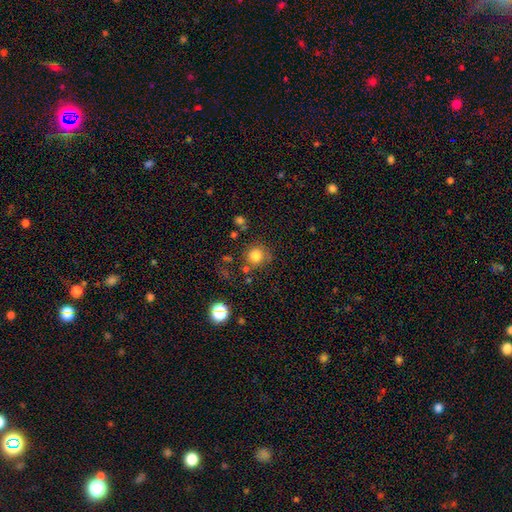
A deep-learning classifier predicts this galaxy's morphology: This appears to be a smooth galaxy with no disk features (82%) that is round (91%). Merging: none (75%).